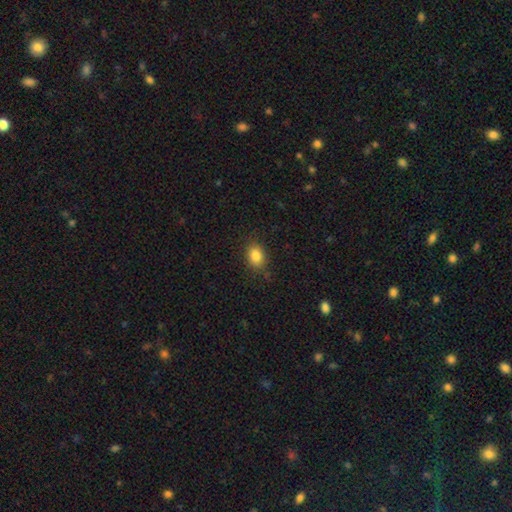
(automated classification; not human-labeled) This appears to be a smooth galaxy with no disk features (85%) that is in between round and cigar-shaped (66%). Merging: none (84%).